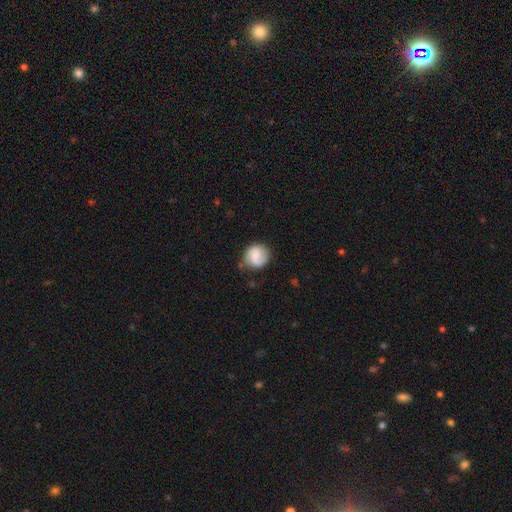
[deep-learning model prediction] A smooth galaxy with no disk features (56%) that is round (86%).

Vote fractions:
- Smooth or featured? smooth: 56% / featured or disk: 36% / star or artifact: 8%
- How rounded? round: 86% / in between: 13% / cigar-shaped: 1%
- Merging? none: 75% / minor disturbance: 18% / major disturbance: 5% / merger: 2%